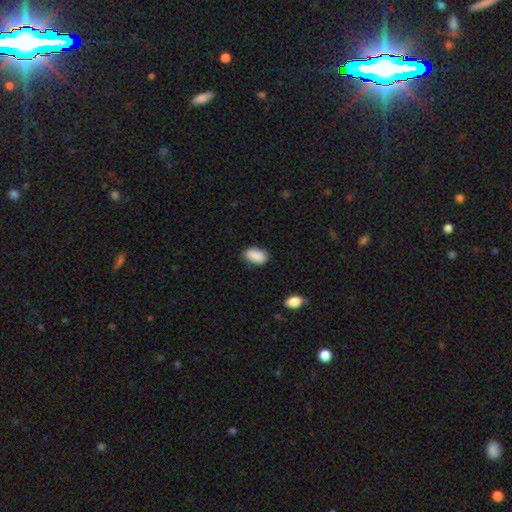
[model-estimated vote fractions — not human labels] A smooth galaxy with no disk features (89%) that is in between round and cigar-shaped (91%). Merging: none (79%).